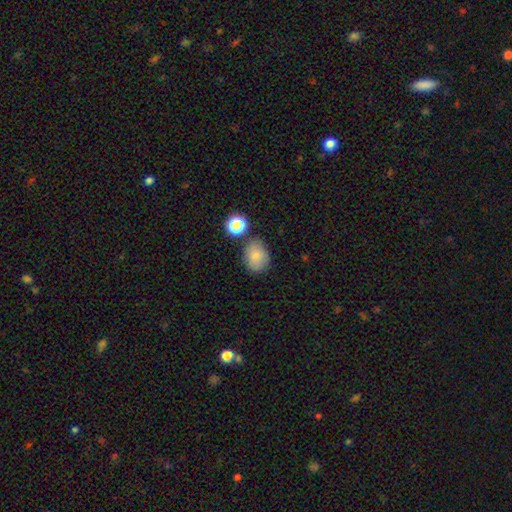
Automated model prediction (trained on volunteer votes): Smooth or featured: smooth — 80% (star or artifact — 11%)
How rounded: in between — 66% (round — 33%)
Merging: none — 72% (minor disturbance — 15%)